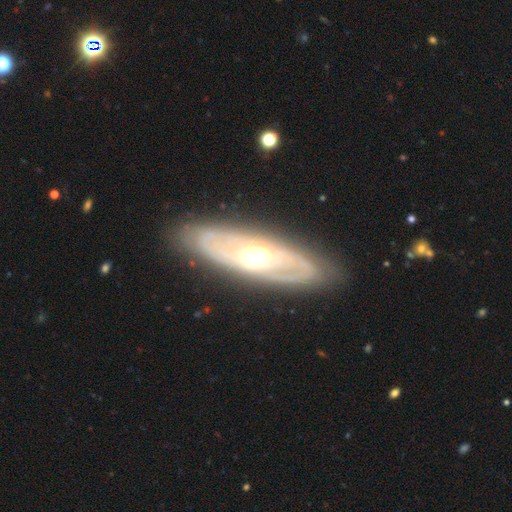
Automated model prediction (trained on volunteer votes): The model was most divided on "spiral arms": yes: 62%, no: 38%. More confident: merging — none (85%); edge-on disk — no (78%); smooth or featured — featured or disk (77%); bulge size — moderate (70%); bar — no (66%).